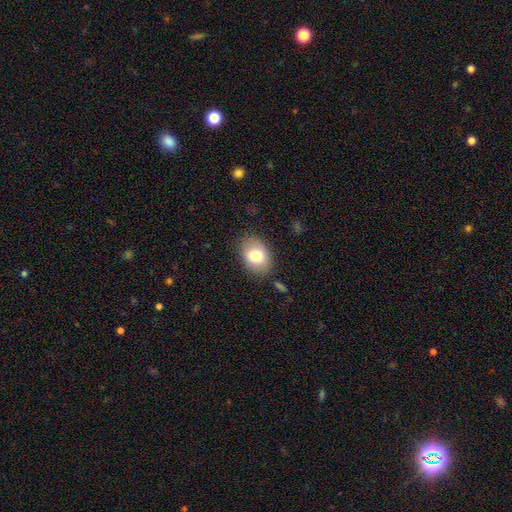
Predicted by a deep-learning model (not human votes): Q: Smooth or featured?
A: smooth (79%); runner-up: featured or disk (14%)
Q: How rounded?
A: in between (81%); runner-up: round (18%)
Q: Merging?
A: none (80%); runner-up: minor disturbance (14%)